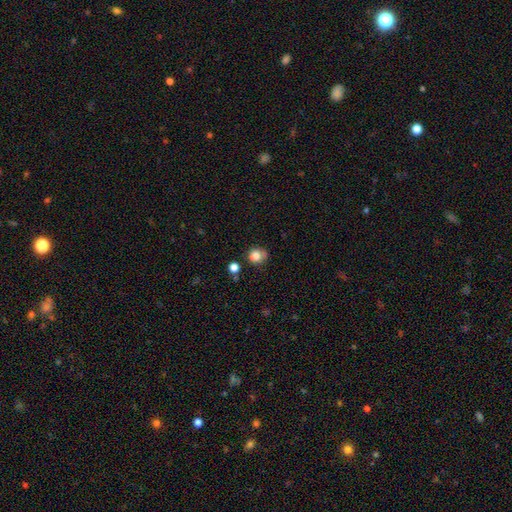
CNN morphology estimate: Smooth or featured: smooth — 80% (star or artifact — 11%)
How rounded: round — 81% (in between — 18%)
Merging: none — 58% (minor disturbance — 23%)